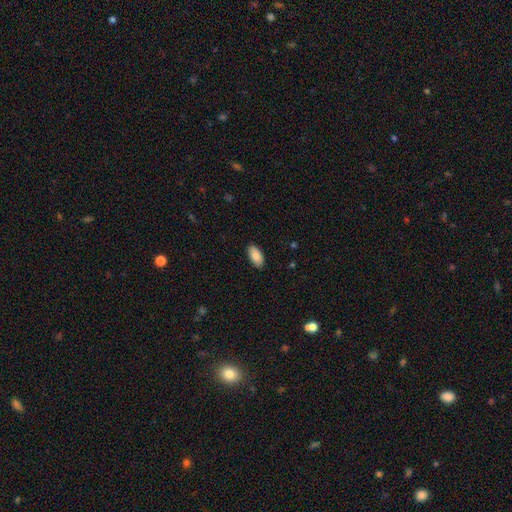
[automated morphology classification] type=smooth (88%); roundness=in between (94%); merging=none (88%).